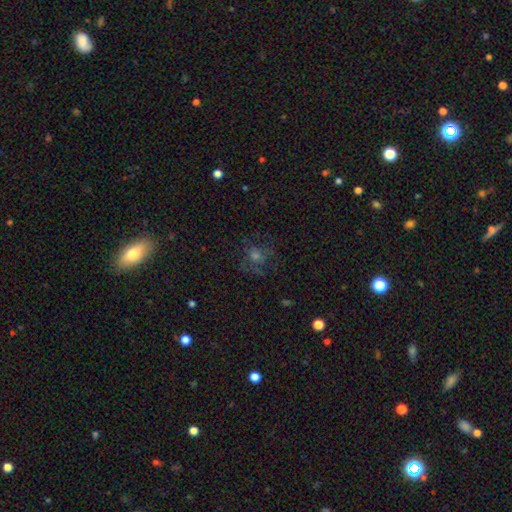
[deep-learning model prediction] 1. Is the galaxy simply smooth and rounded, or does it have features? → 36% smooth, 33% featured or disk, 31% star or artifact.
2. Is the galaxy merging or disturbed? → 68% none, 16% minor disturbance, 14% major disturbance, 2% merger.